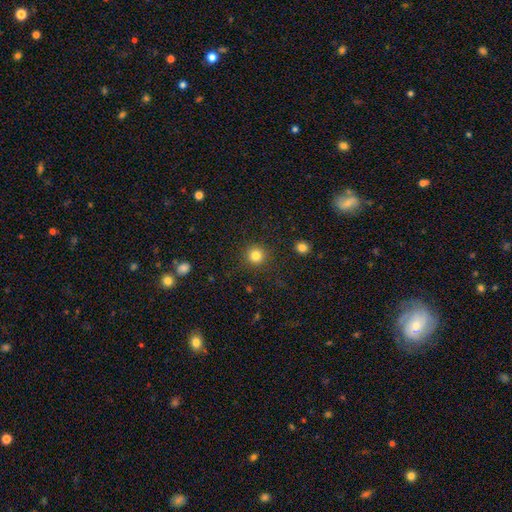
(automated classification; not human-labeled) A smooth galaxy with no disk features (83%) that is round (94%).

Vote fractions:
- Smooth or featured? smooth: 83% / star or artifact: 12% / featured or disk: 5%
- How rounded? round: 94% / in between: 5% / cigar-shaped: 1%
- Merging? none: 90% / minor disturbance: 6% / major disturbance: 2% / merger: 1%